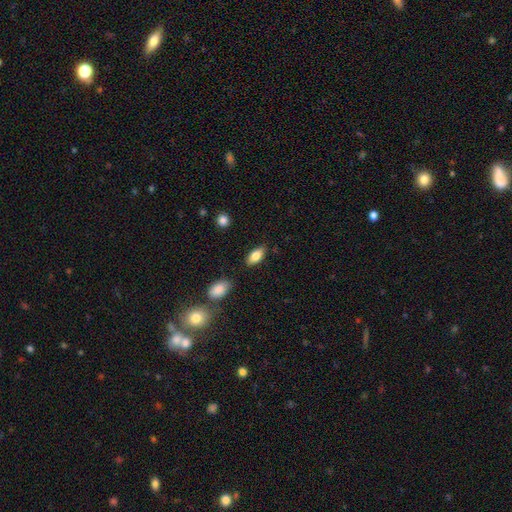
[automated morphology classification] smooth_or_featured: smooth (p=0.81) [alt: featured or disk p=0.12]
how_rounded: in between (p=0.90) [alt: cigar-shaped p=0.07]
merging: none (p=0.83) [alt: minor disturbance p=0.12]